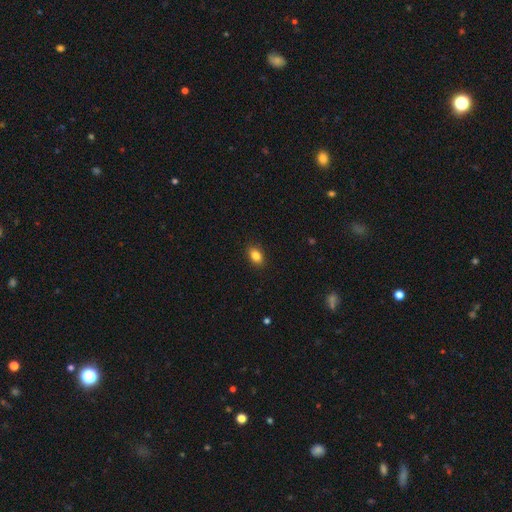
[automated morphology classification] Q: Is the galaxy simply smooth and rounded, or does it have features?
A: smooth — 85%.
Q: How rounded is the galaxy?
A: in between — 80%.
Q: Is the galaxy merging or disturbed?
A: none — 89%.